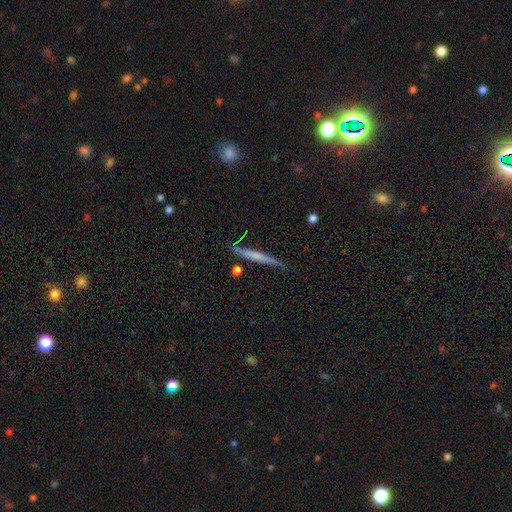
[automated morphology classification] type=smooth (50%); roundness=cigar-shaped (96%); merging=none (80%).